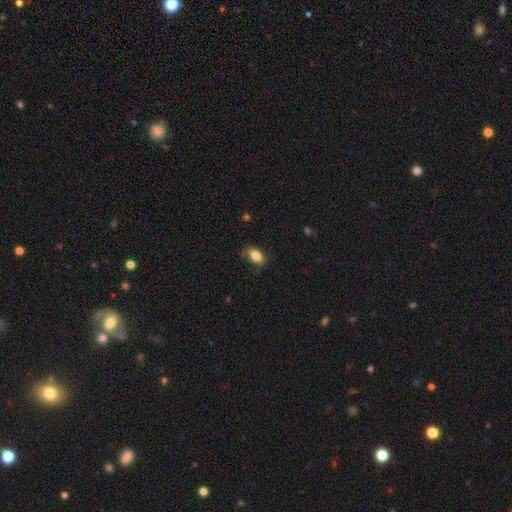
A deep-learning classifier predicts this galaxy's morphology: The model was most divided on "merging": none: 69%, minor disturbance: 24%, major disturbance: 6%, merger: 2%. More confident: how rounded — in between (87%); smooth or featured — smooth (82%).